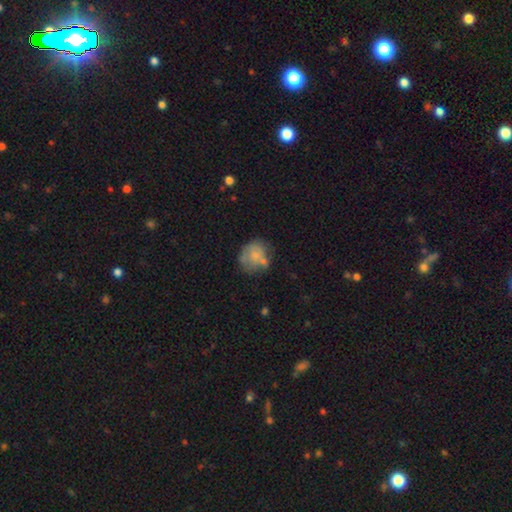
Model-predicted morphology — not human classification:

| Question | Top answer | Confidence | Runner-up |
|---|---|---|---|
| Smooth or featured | smooth | 63% | featured or disk (29%) |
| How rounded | round | 71% | in between (28%) |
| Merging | none | 46% | minor disturbance (25%) |